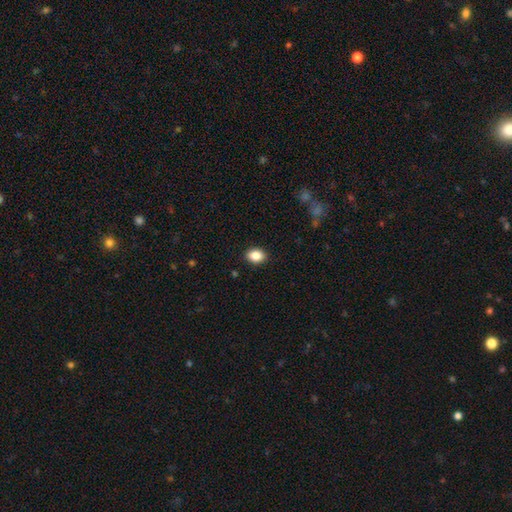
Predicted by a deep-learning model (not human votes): smooth 87%, star or artifact 9%, featured or disk 5%. Down the decision tree: how rounded — in between (67%); merging — none (90%).